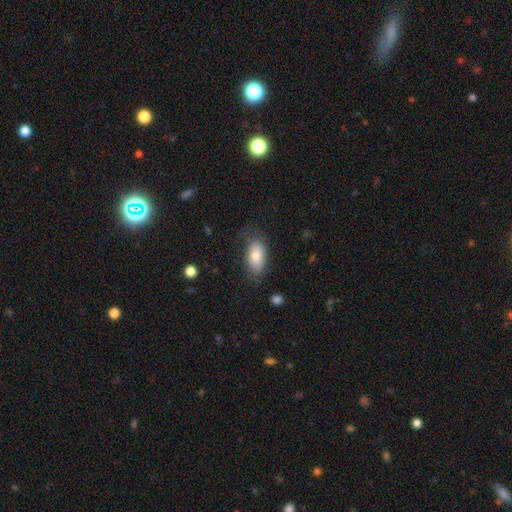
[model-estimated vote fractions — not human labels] A smooth galaxy with no disk features (78%) that is in between round and cigar-shaped (91%). Merging: none (70%).